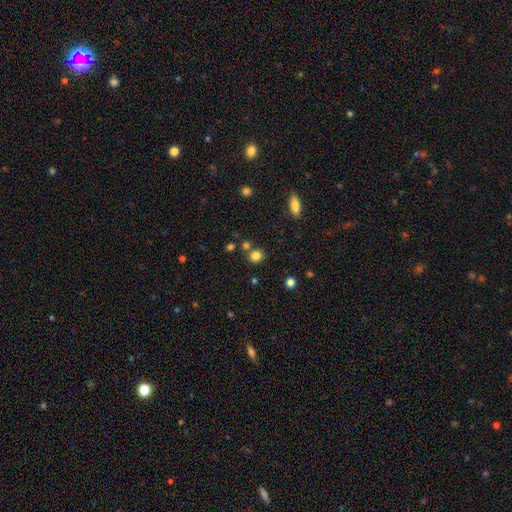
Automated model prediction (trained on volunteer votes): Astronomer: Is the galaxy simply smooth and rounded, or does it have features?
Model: smooth — 82%.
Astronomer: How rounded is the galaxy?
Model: round — 82%.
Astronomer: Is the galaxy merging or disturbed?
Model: none — 75%.